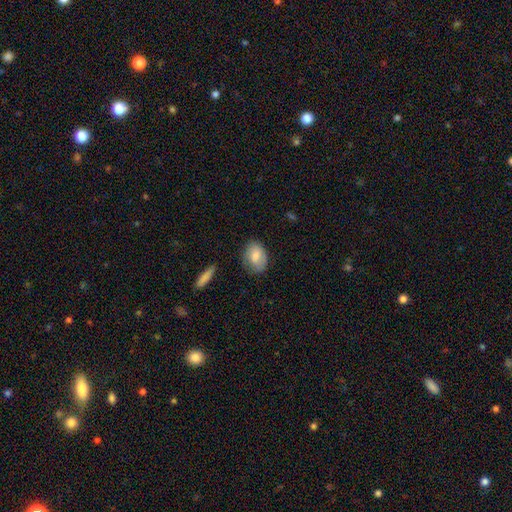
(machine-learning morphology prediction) smooth-or-featured: smooth: 79% | featured or disk: 14% | star or artifact: 7%
  how-rounded: in between: 77% | round: 21% | cigar-shaped: 2%
  merging: none: 72% | minor disturbance: 22% | major disturbance: 5% | merger: 2%